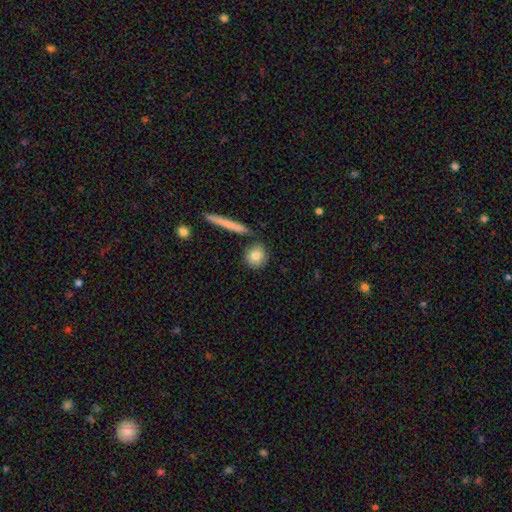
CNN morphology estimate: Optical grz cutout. It shows a smooth galaxy with no disk features (83%) that is round (80%). Merging: none (80%).